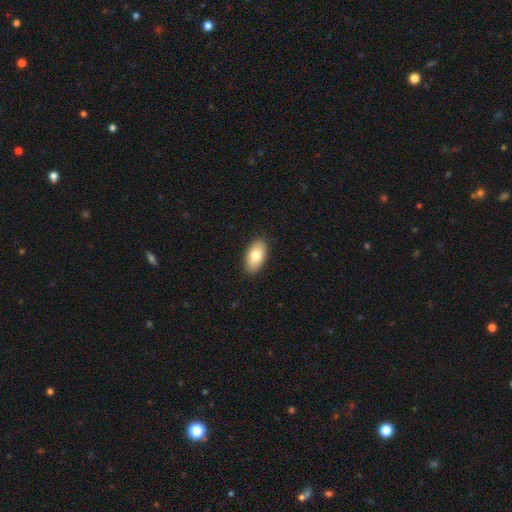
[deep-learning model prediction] smooth-or-featured: smooth: 78% | featured or disk: 16% | star or artifact: 6%
  how-rounded: in between: 94% | round: 3% | cigar-shaped: 3%
  merging: none: 90% | minor disturbance: 7% | major disturbance: 2% | merger: 1%